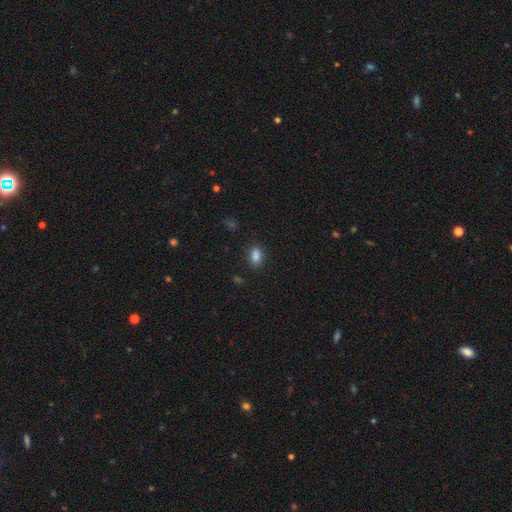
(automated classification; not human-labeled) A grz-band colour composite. It shows a smooth galaxy with no disk features (85%) that is in between round and cigar-shaped (86%). Merging: none (85%).